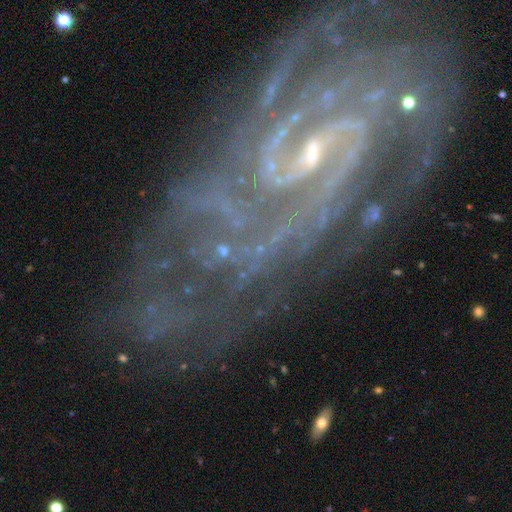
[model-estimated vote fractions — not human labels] smooth-or-featured: featured or disk: 88% | star or artifact: 8% | smooth: 4%
  disk-edge-on: no: 96% | yes: 4%
    bar: weak: 42% | strong: 31% | no: 27%
    has-spiral-arms: yes: 96% | no: 4%
      spiral-winding: tight: 52% | medium: 38% | loose: 10%
      spiral-arm-count: 2: 40% | can't tell: 19% | 3: 14% | 4: 10% | more than 4: 8% | 1: 8%
    bulge-size: small: 70% | moderate: 20% | none: 7% | large: 2% | dominant: 1%
  merging: none: 58% | minor disturbance: 20% | major disturbance: 17% | merger: 5%